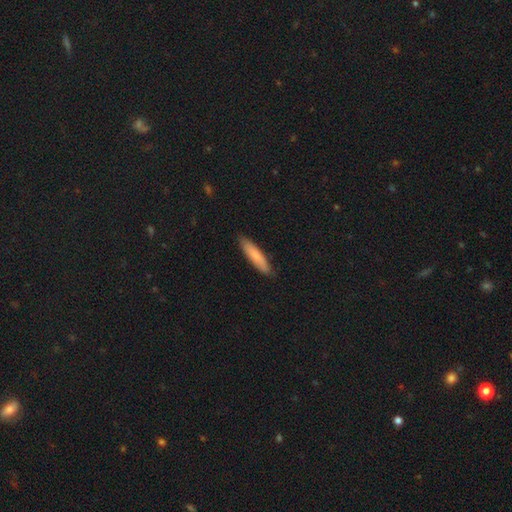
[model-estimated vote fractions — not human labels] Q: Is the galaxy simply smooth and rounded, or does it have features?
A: smooth — 81%.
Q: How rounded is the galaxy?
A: cigar-shaped — 81%.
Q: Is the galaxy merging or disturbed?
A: none — 87%.